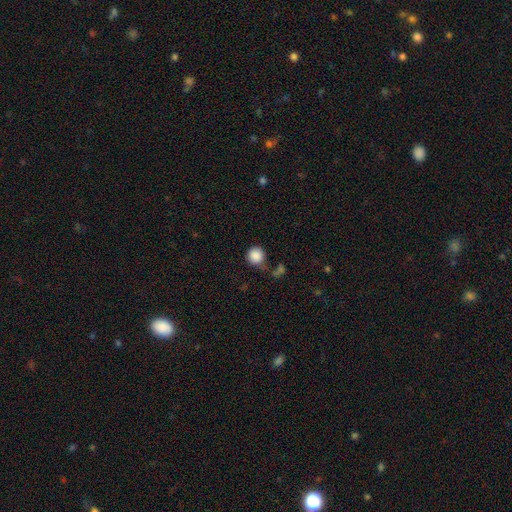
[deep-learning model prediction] A smooth galaxy with no disk features (88%) that is round (92%).

Vote fractions:
- Smooth or featured? smooth: 88% / star or artifact: 8% / featured or disk: 4%
- How rounded? round: 92% / in between: 7% / cigar-shaped: 1%
- Merging? none: 59% / minor disturbance: 20% / major disturbance: 11% / merger: 11%